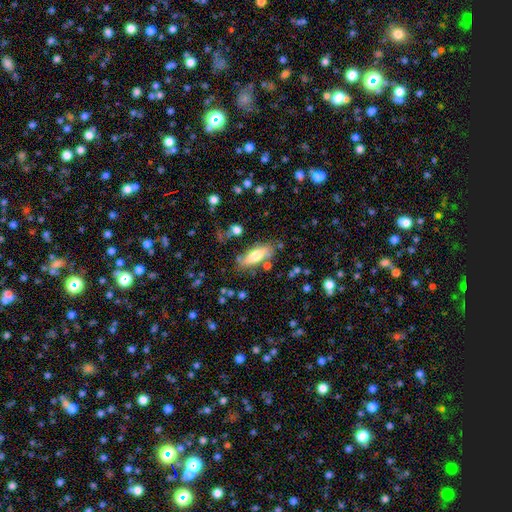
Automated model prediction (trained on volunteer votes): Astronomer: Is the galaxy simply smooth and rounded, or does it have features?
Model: smooth — 63%.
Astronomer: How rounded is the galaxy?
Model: in between — 67%.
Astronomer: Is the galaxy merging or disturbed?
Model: none — 73%.